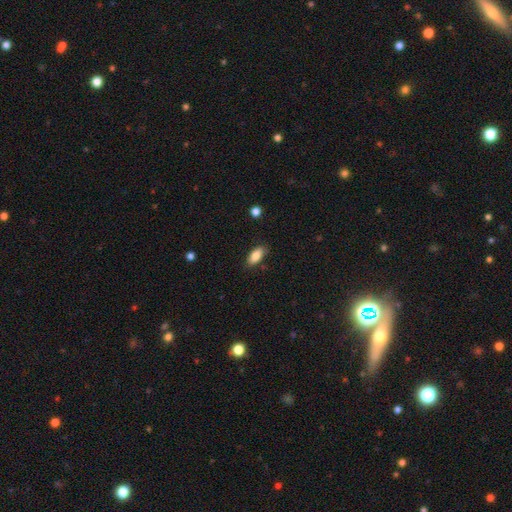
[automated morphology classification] smooth_or_featured: smooth (p=0.85) [alt: featured or disk p=0.08]
how_rounded: in between (p=0.86) [alt: cigar-shaped p=0.12]
merging: none (p=0.83) [alt: minor disturbance p=0.13]